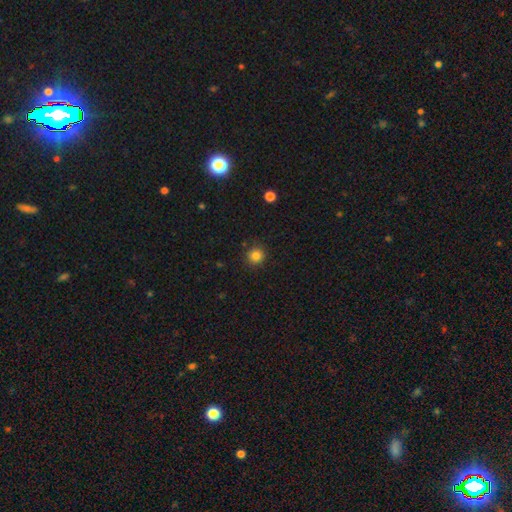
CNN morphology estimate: smooth 83%, star or artifact 12%, featured or disk 5%. Down the decision tree: how rounded — round (92%); merging — none (89%).